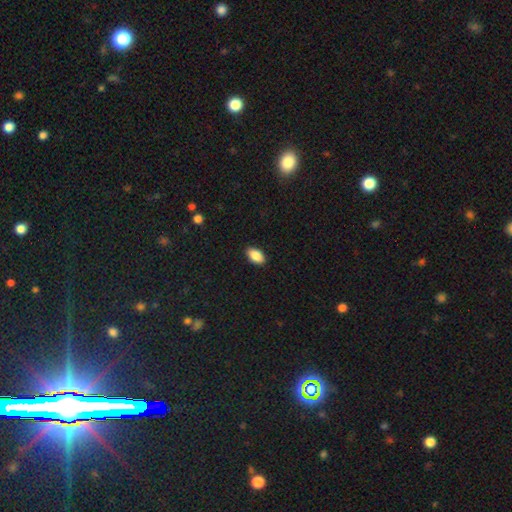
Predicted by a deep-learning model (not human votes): Overall: smooth (87%). How rounded: in between (93%). Merging: none (90%).